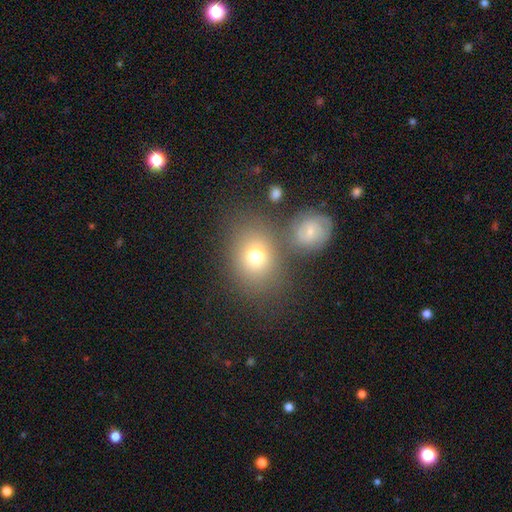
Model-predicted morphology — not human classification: A smooth galaxy with no disk features (72%) that is in between round and cigar-shaped (50%).

Vote fractions:
- Smooth or featured? smooth: 72% / featured or disk: 16% / star or artifact: 12%
- How rounded? in between: 50% / round: 49% / cigar-shaped: 1%
- Merging? none: 66% / merger: 17% / minor disturbance: 12% / major disturbance: 5%